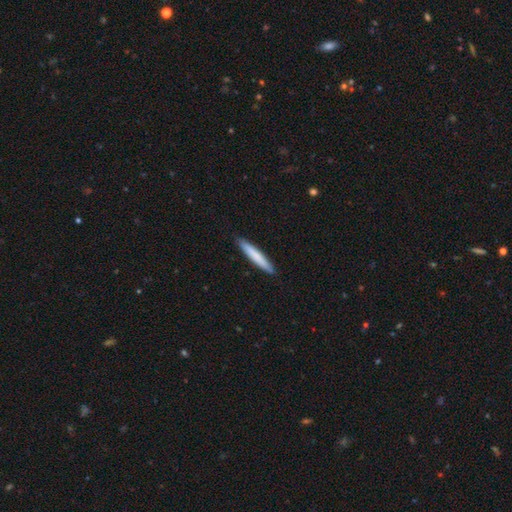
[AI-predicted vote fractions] A smooth galaxy with no disk features (77%) that is cigar-shaped (94%).

Vote fractions:
- Smooth or featured? smooth: 77% / featured or disk: 18% / star or artifact: 5%
- How rounded? cigar-shaped: 94% / in between: 5% / round: 1%
- Merging? none: 90% / minor disturbance: 7% / major disturbance: 1% / merger: 1%